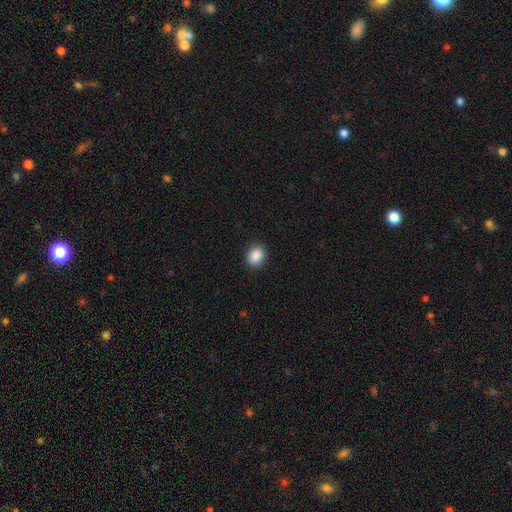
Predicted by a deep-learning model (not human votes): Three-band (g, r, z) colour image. It shows a smooth galaxy with no disk features (89%) that is round (53%). Merging: none (90%).